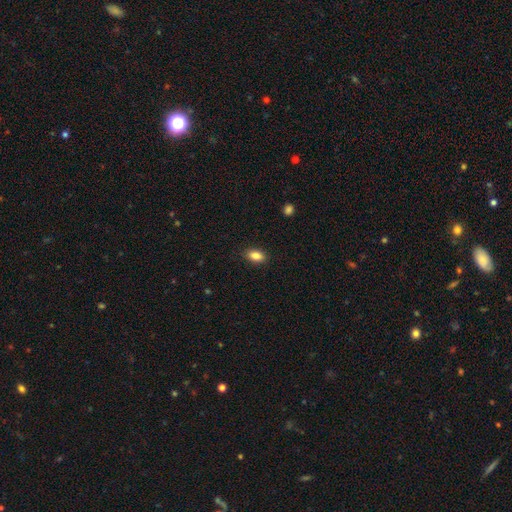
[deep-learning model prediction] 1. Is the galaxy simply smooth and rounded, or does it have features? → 87% smooth, 8% star or artifact, 4% featured or disk.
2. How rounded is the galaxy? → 88% in between, 9% round, 2% cigar-shaped.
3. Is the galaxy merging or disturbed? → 88% none, 9% minor disturbance, 2% major disturbance, 1% merger.